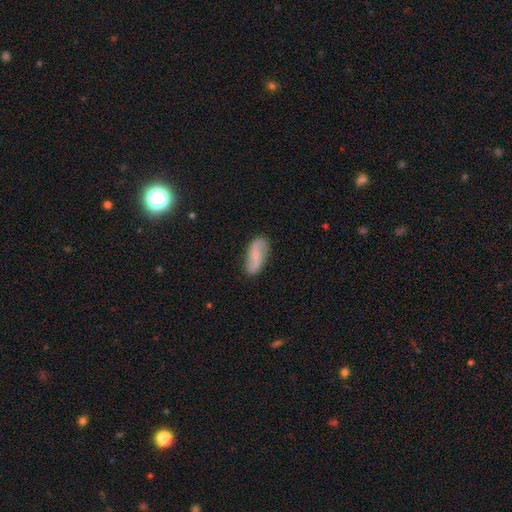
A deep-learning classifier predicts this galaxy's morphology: Smooth or featured? Predicted: featured or disk (p=0.63). Edge-on disk? Predicted: no (p=0.92). Bar? Predicted: no (p=0.42). Spiral arms? Predicted: yes (p=0.87). Spiral winding? Predicted: loose (p=0.68). Spiral arm count? Predicted: 2 (p=0.90). Bulge size? Predicted: small (p=0.67). Merging? Predicted: none (p=0.83).